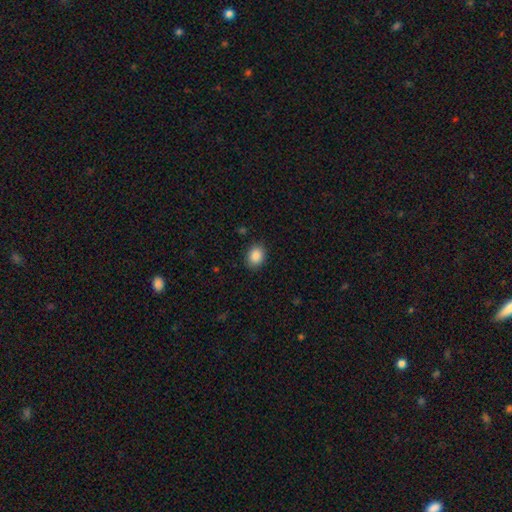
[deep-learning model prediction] Smooth or featured? smooth (89%)
How rounded? in between (57%)
Merging? none (87%)